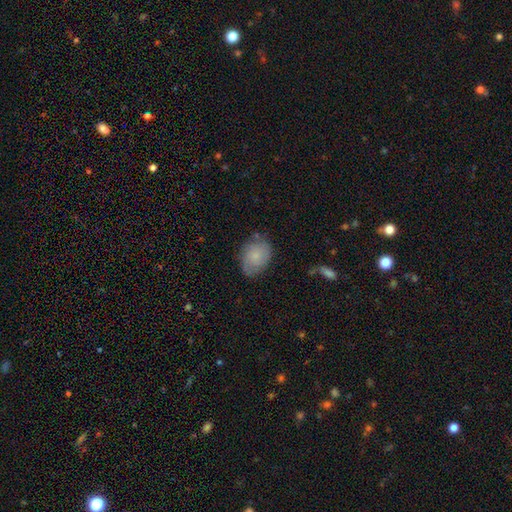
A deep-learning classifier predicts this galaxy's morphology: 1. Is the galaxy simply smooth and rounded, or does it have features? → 69% smooth, 24% featured or disk, 7% star or artifact.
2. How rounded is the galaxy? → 72% in between, 27% round, 1% cigar-shaped.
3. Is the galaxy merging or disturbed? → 68% none, 24% minor disturbance, 6% major disturbance, 2% merger.